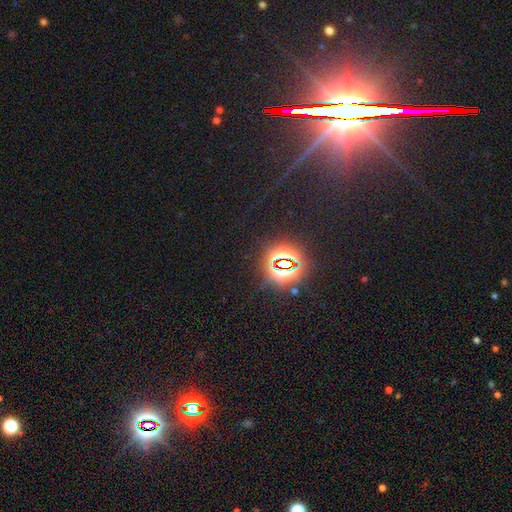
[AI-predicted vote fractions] This appears to be a star or artifact, not a galaxy (79%).